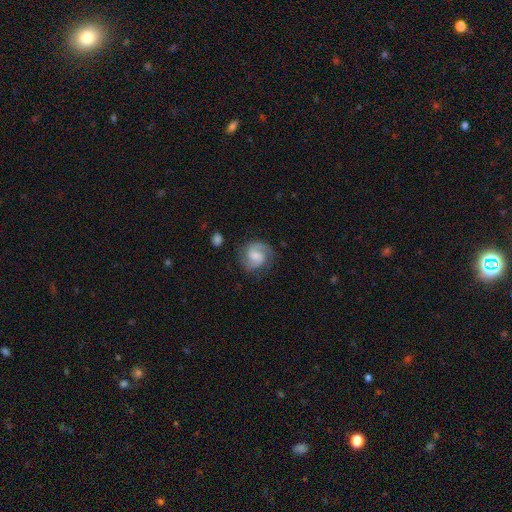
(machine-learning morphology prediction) Smooth or featured? featured or disk (76%)
Edge-on disk? no (98%)
Bar? weak (47%)
Spiral arms? yes (96%)
Spiral winding? medium (53%)
Spiral arm count? 2 (89%)
Bulge size? moderate (36%)
Merging? none (78%)